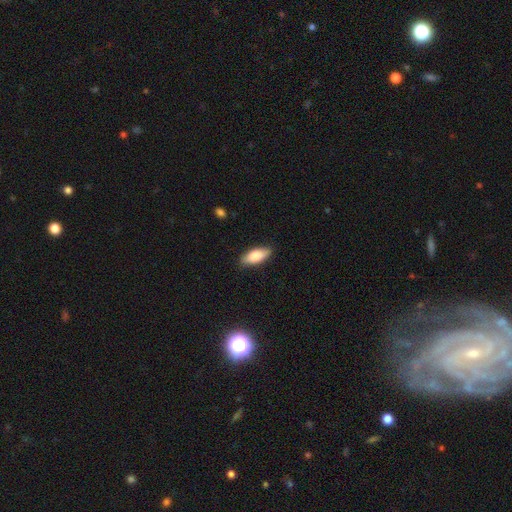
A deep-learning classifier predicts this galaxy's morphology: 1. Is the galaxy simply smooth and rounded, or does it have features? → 82% smooth, 12% featured or disk, 6% star or artifact.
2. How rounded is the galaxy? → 81% in between, 17% cigar-shaped, 2% round.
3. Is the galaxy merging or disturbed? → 85% none, 11% minor disturbance, 2% major disturbance, 1% merger.